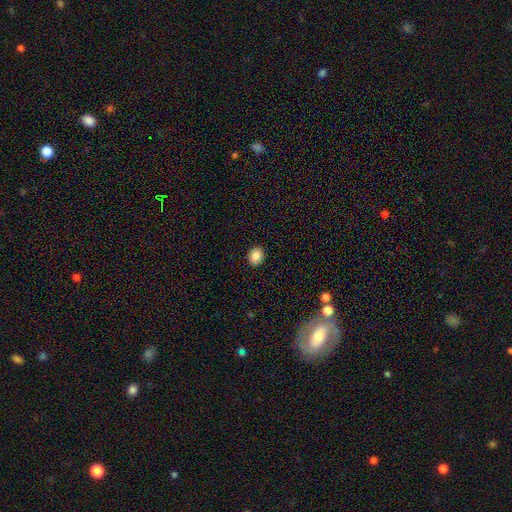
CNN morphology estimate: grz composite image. It shows a smooth galaxy with no disk features (87%) that is round (56%). Merging: none (91%).